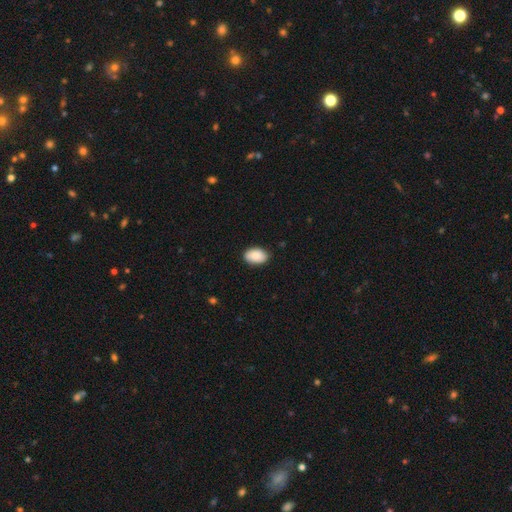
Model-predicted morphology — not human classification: Smooth or featured? Predicted: smooth (p=0.88). How rounded? Predicted: in between (p=0.89). Merging? Predicted: none (p=0.87).